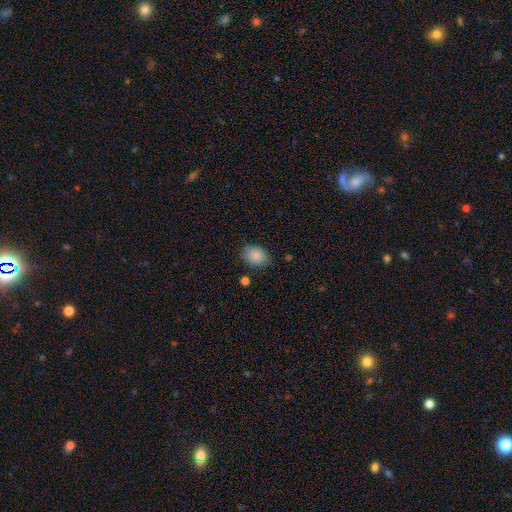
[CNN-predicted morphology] smooth_or_featured: smooth (p=0.87) [alt: star or artifact p=0.08]
how_rounded: in between (p=0.71) [alt: round p=0.28]
merging: none (p=0.81) [alt: minor disturbance p=0.14]